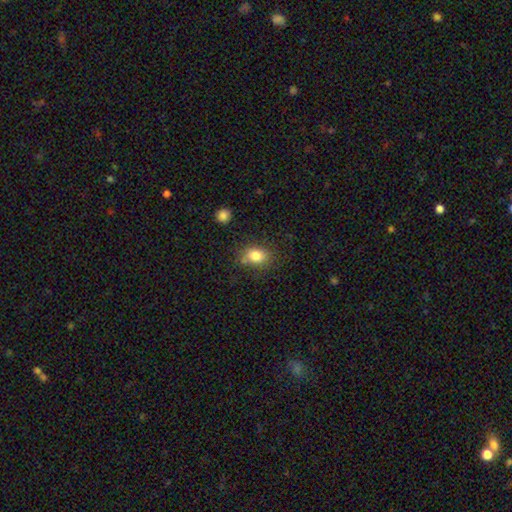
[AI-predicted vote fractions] Overall: smooth (82%). How rounded: in between (66%; round 33%). Merging: none (72%).